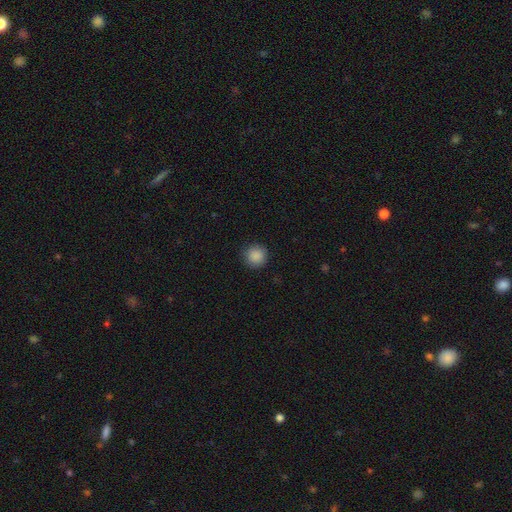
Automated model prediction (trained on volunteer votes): Smooth or featured?
  - smooth: 89% *
  - star or artifact: 9%
  - featured or disk: 3%
How rounded?
  - round: 94% *
  - in between: 5%
  - cigar-shaped: 1%
Merging?
  - none: 90% *
  - minor disturbance: 7%
  - major disturbance: 2%
  - merger: 1%